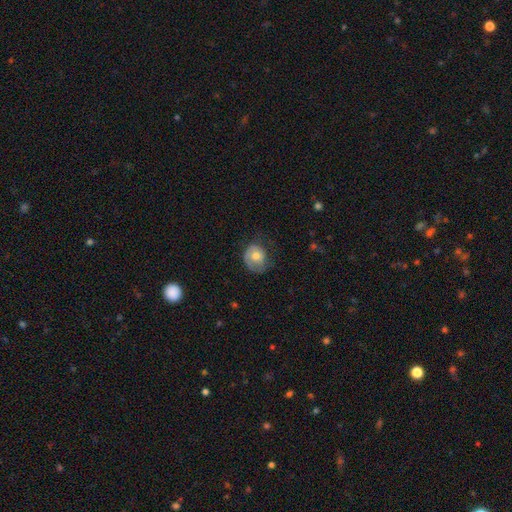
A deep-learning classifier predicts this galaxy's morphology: Smooth or featured? smooth (61%)
How rounded? round (62%)
Merging? none (47%)